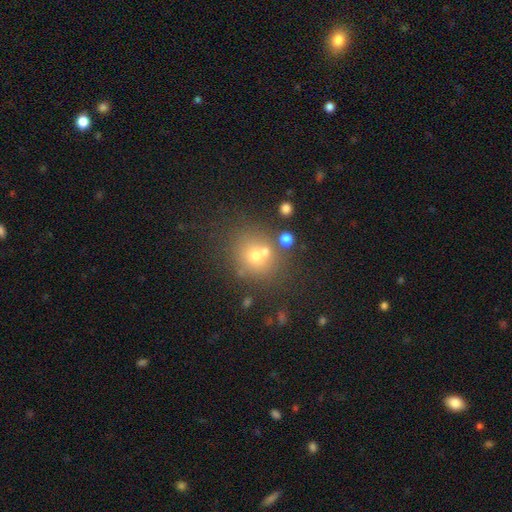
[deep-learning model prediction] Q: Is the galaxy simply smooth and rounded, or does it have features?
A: smooth — 62%.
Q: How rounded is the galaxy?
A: round — 83%.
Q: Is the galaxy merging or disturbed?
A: none — 59%.